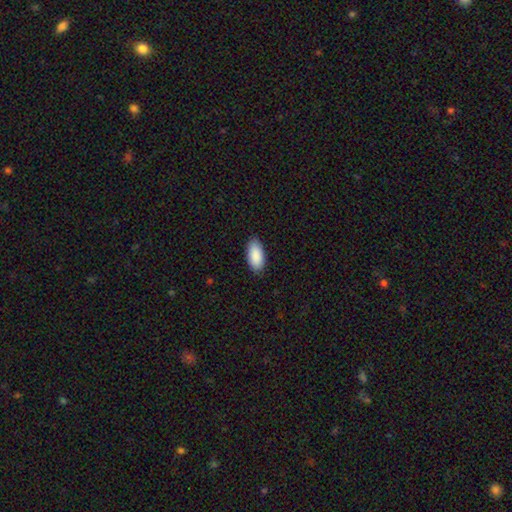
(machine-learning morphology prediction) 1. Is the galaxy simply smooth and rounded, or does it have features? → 91% smooth, 6% star or artifact, 4% featured or disk.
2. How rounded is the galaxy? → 93% in between, 5% cigar-shaped, 2% round.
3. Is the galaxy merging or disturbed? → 87% none, 10% minor disturbance, 2% major disturbance, 1% merger.